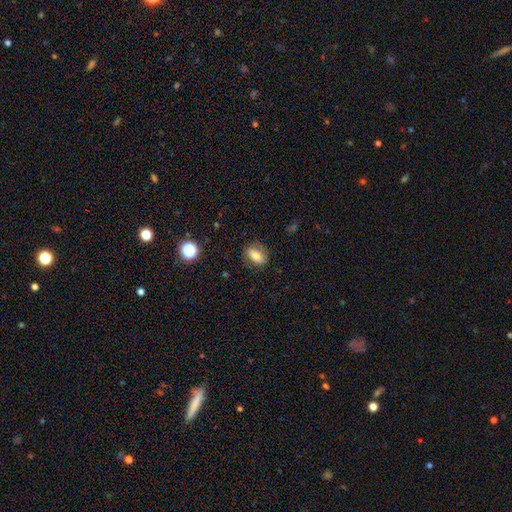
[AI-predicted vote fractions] Smooth or featured? Predicted: smooth (p=0.68). How rounded? Predicted: in between (p=0.80). Merging? Predicted: none (p=0.78).